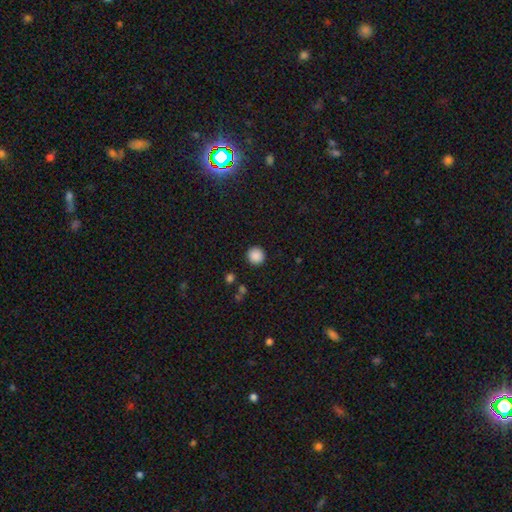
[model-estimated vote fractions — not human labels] This is clearly a smooth galaxy (88%). How rounded: clearly round (95%). Merging: clearly none (91%).